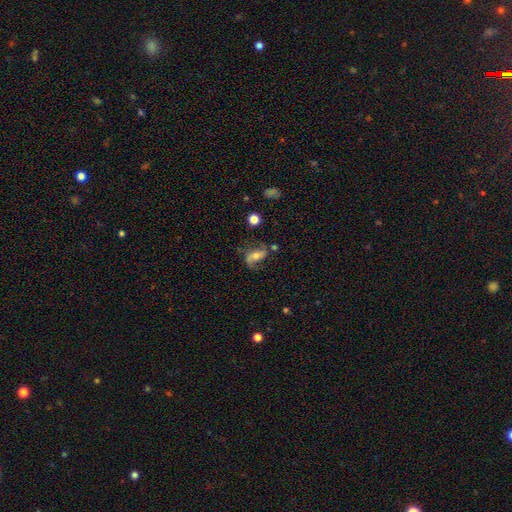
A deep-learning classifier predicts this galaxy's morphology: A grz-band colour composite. It shows a featured or disk galaxy (70%) with no bar (40%), 2 (88%) loose (63%) spiral arms (89%) and a moderate central bulge (54%). Merging: none (64%).